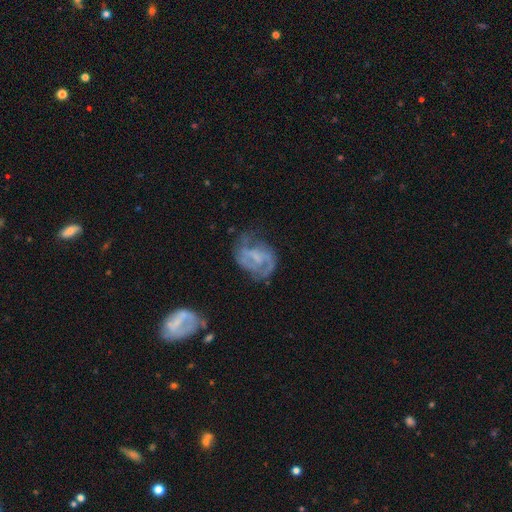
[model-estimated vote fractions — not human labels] This is likely a featured or disk galaxy (72%). It is clearly not viewed edge-on (97%). Bar: possibly weak (46%). Spiral arm pattern: likely yes (76%). Spiral arm count: possibly 2 (52%). Spiral winding: marginally medium (43%). Central bulge: marginally none (40%). Merging: possibly none (46%).